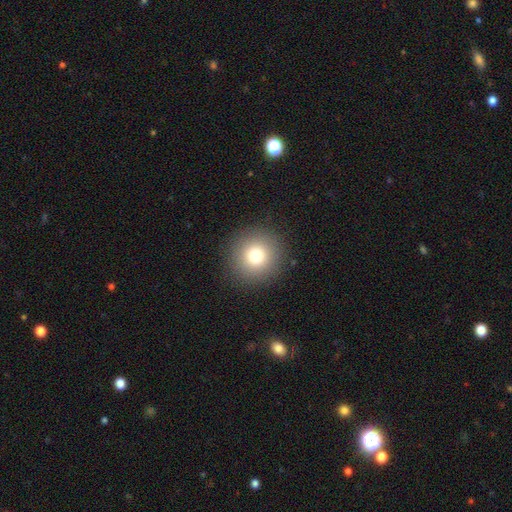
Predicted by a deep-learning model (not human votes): This is likely a smooth galaxy (79%). How rounded: clearly round (94%). Merging: clearly none (91%).